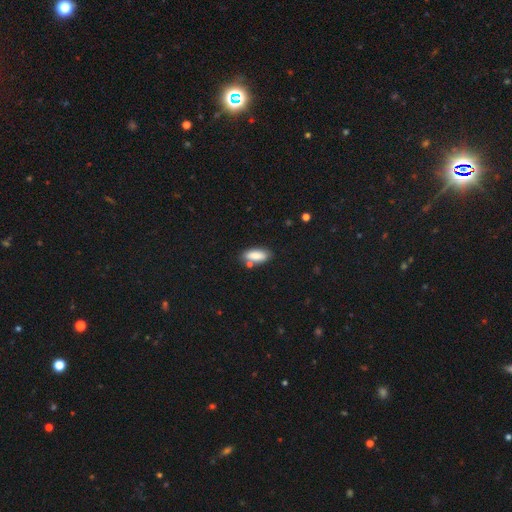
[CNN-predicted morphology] smooth_or_featured: smooth (p=0.85) [alt: featured or disk p=0.08]
how_rounded: in between (p=0.78) [alt: cigar-shaped p=0.20]
merging: none (p=0.73) [alt: minor disturbance p=0.14]